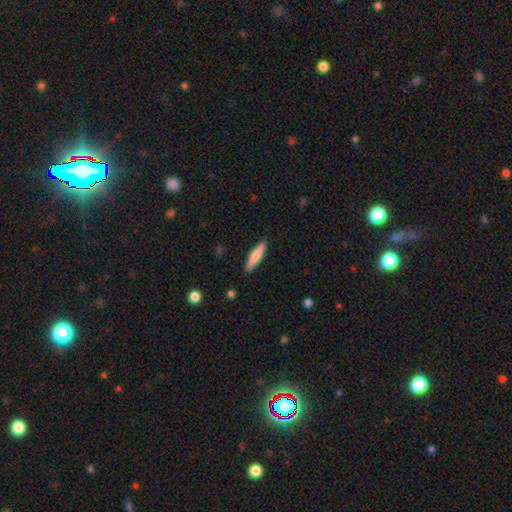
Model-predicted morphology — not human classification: A smooth galaxy with no disk features (64%) that is cigar-shaped (84%).

Vote fractions:
- Smooth or featured? smooth: 64% / featured or disk: 31% / star or artifact: 5%
- How rounded? cigar-shaped: 84% / in between: 14% / round: 2%
- Merging? none: 90% / minor disturbance: 8% / major disturbance: 2% / merger: 1%